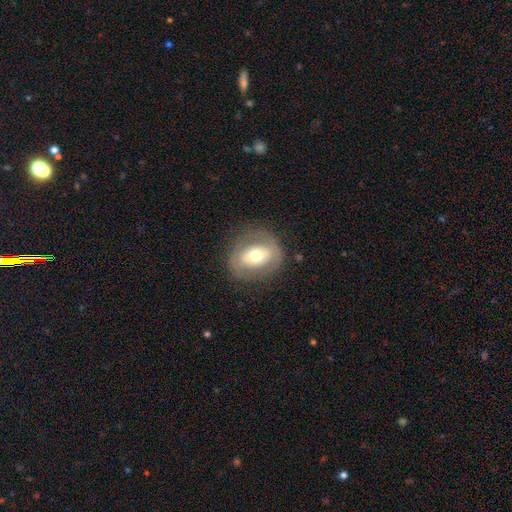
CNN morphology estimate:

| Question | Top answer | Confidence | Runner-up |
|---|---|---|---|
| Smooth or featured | smooth | 47% | featured or disk (45%) |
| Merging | none | 79% | minor disturbance (13%) |